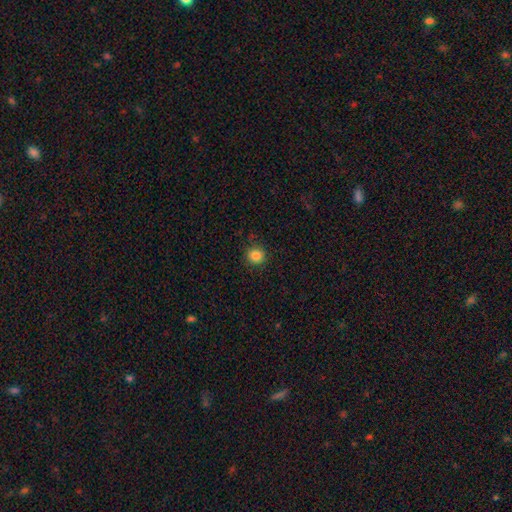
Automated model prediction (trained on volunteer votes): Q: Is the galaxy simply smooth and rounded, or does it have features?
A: smooth — 85%.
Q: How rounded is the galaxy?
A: round — 94%.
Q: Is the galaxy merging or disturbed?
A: none — 90%.